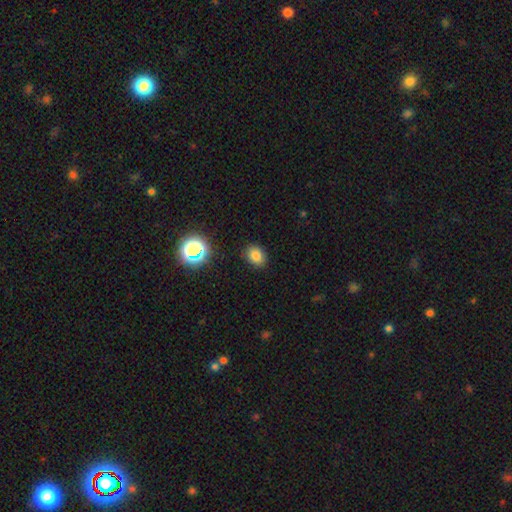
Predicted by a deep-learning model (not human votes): This is likely a smooth galaxy (78%). How rounded: possibly in between (54%). Merging: clearly none (87%).